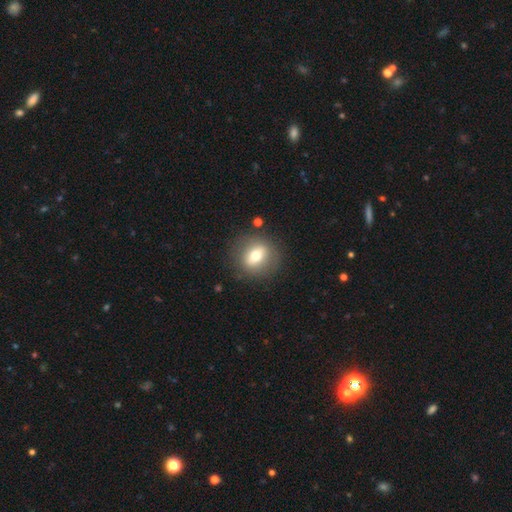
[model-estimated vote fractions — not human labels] Smooth or featured?
  - smooth: 61% *
  - featured or disk: 30%
  - star or artifact: 9%
How rounded?
  - round: 70% *
  - in between: 29%
  - cigar-shaped: 2%
Merging?
  - none: 82% *
  - minor disturbance: 10%
  - major disturbance: 5%
  - merger: 2%